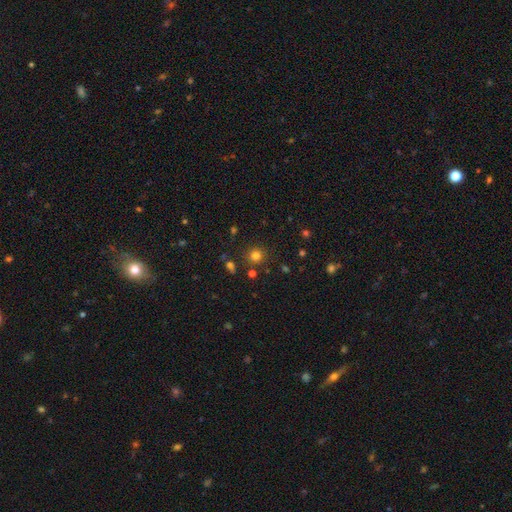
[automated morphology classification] smooth-or-featured: smooth: 77% | star or artifact: 17% | featured or disk: 6%
  how-rounded: round: 92% | in between: 7% | cigar-shaped: 1%
  merging: none: 85% | minor disturbance: 8% | merger: 4% | major disturbance: 3%